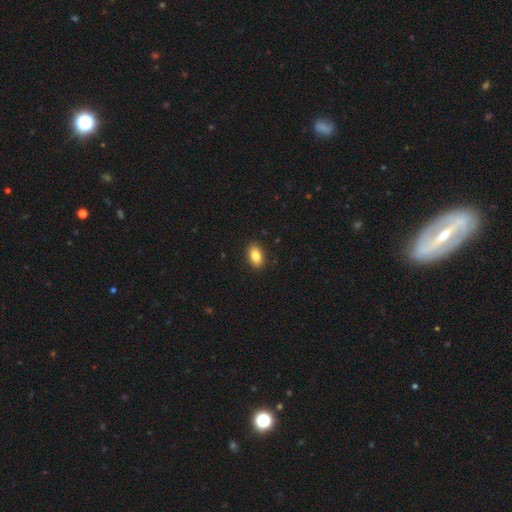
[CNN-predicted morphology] Smooth or featured? smooth (86%)
How rounded? in between (89%)
Merging? none (89%)